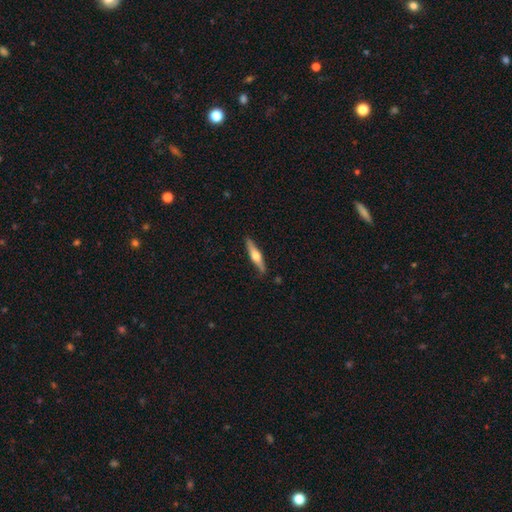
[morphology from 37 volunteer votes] This is possibly a featured or disk galaxy (59%). It is clearly viewed edge-on (95%). Edge-on bulge: clearly rounded (95%). Merging: likely none (75%).